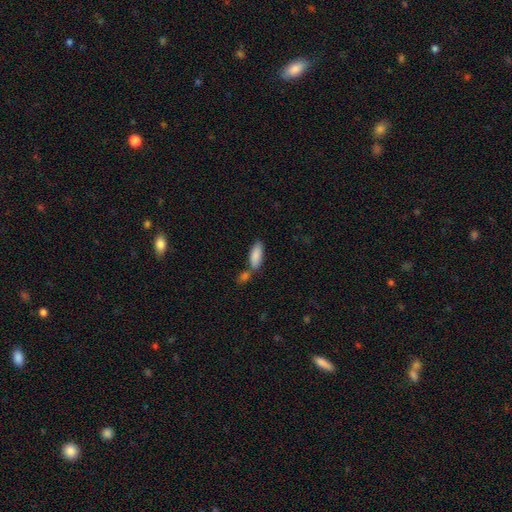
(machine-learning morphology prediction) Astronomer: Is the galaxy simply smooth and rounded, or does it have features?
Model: smooth — 86%.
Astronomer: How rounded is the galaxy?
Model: in between — 73%.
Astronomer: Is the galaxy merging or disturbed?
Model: none — 49% (runner-up: merger, 35%).